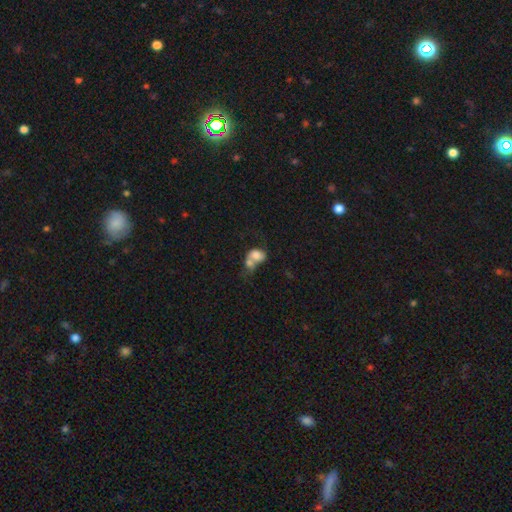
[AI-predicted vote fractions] Smooth or featured?
  - smooth: 68% *
  - featured or disk: 22%
  - star or artifact: 10%
How rounded?
  - in between: 63% *
  - round: 36%
  - cigar-shaped: 1%
Merging?
  - merger: 70% *
  - none: 13%
  - major disturbance: 10%
  - minor disturbance: 8%